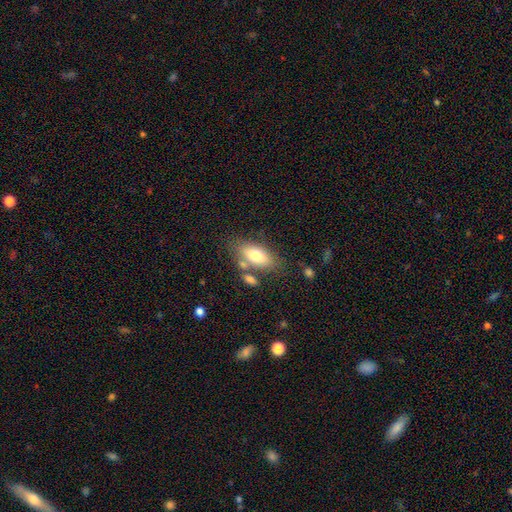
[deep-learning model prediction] Smooth or featured? Predicted: smooth (p=0.74). How rounded? Predicted: in between (p=0.86). Merging? Predicted: none (p=0.63).